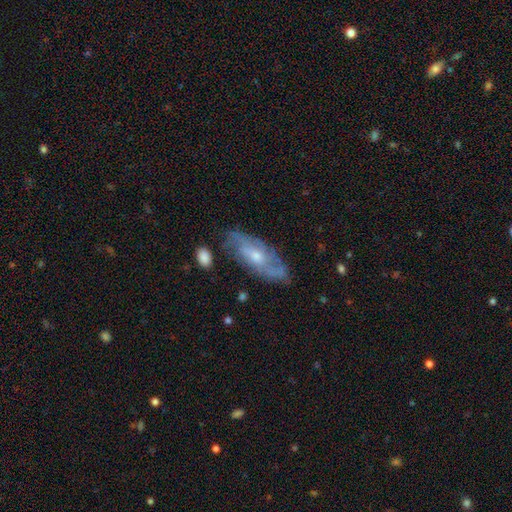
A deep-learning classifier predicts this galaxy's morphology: This appears to be a featured or disk galaxy (71%) with no bar (65%), spiral arms (82%) and a moderate central bulge (53%). Merging: none (70%).